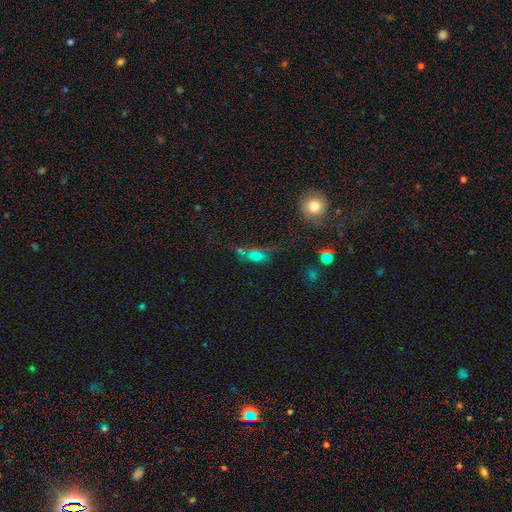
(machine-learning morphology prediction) A smooth galaxy with no disk features (47%). Merging: none (55%).